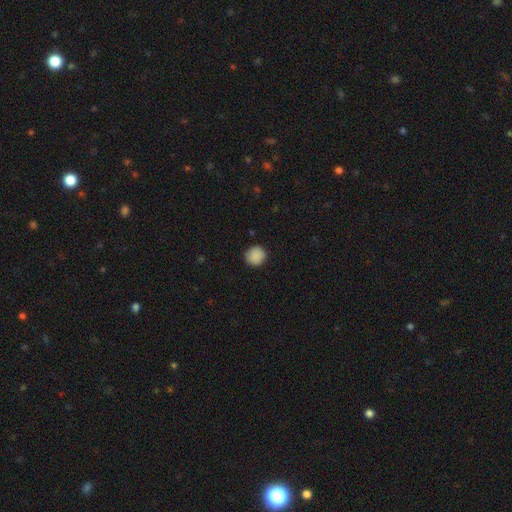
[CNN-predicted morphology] Q: Smooth or featured?
A: smooth (89%); runner-up: star or artifact (8%)
Q: How rounded?
A: round (93%); runner-up: in between (6%)
Q: Merging?
A: none (89%); runner-up: minor disturbance (8%)